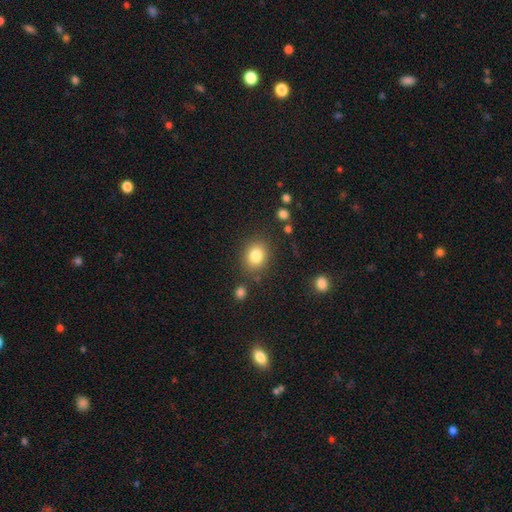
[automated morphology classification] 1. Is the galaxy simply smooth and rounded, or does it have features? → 83% smooth, 10% star or artifact, 7% featured or disk.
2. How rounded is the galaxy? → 62% round, 38% in between, 1% cigar-shaped.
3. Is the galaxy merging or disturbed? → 82% none, 10% minor disturbance, 4% merger, 4% major disturbance.